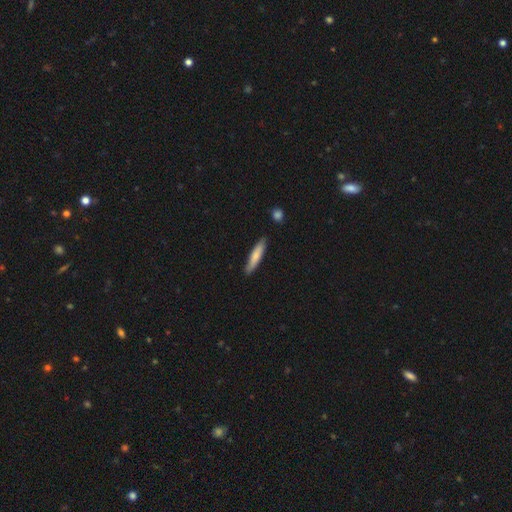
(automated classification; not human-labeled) Smooth or featured?
  - smooth: 73% *
  - featured or disk: 21%
  - star or artifact: 5%
How rounded?
  - cigar-shaped: 85% *
  - in between: 14%
  - round: 1%
Merging?
  - none: 84% *
  - minor disturbance: 12%
  - merger: 2%
  - major disturbance: 2%